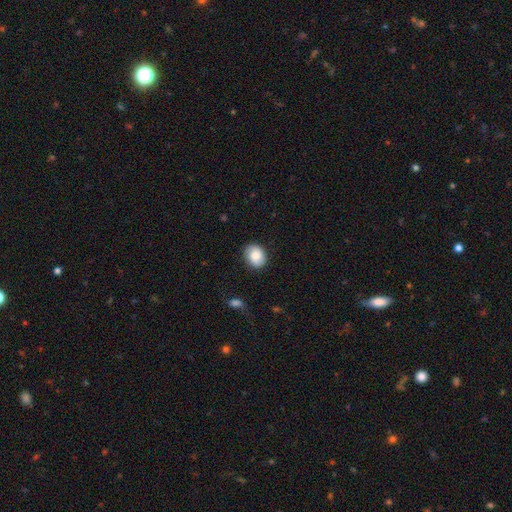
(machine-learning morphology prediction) A smooth galaxy with no disk features (71%) that is in between round and cigar-shaped (51%). Merging: none (81%).